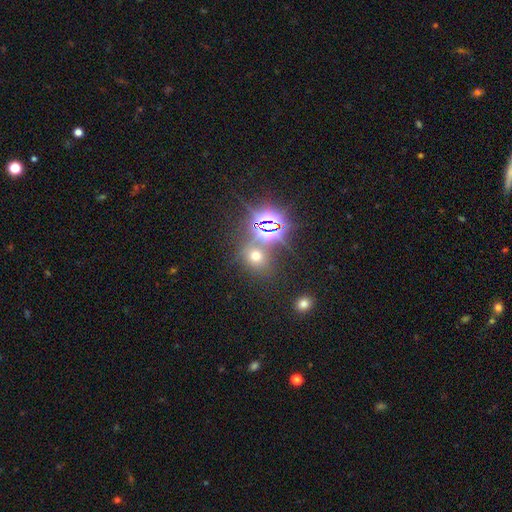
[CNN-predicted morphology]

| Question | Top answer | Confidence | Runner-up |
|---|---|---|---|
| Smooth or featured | smooth | 46% | star or artifact (45%) |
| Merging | none | 71% | merger (14%) |